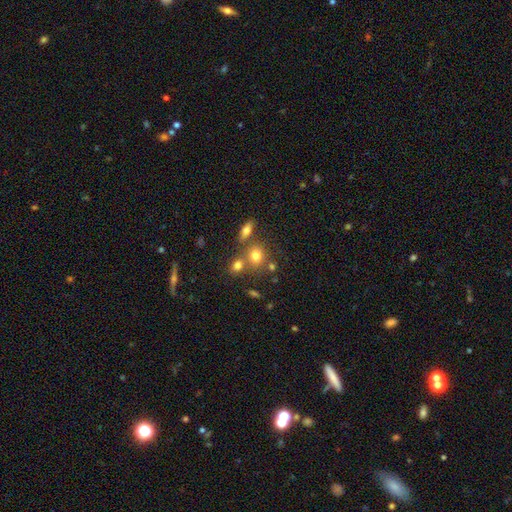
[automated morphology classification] Smooth or featured: smooth — 73% (star or artifact — 13%)
How rounded: round — 70% (in between — 29%)
Merging: none — 57% (merger — 27%)